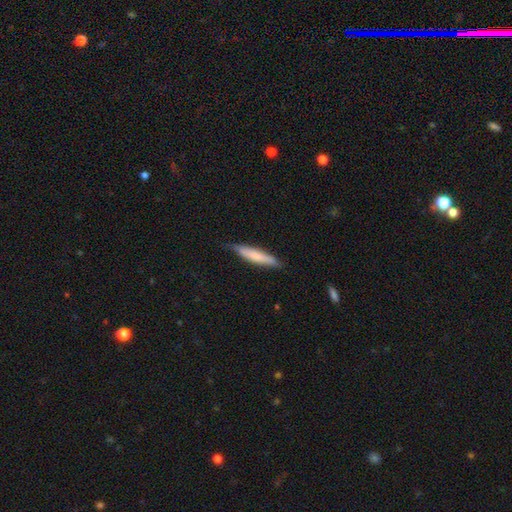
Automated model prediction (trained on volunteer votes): Smooth or featured?
  - smooth: 71% *
  - featured or disk: 24%
  - star or artifact: 5%
How rounded?
  - cigar-shaped: 89% *
  - in between: 9%
  - round: 1%
Merging?
  - none: 78% *
  - minor disturbance: 18%
  - major disturbance: 3%
  - merger: 1%